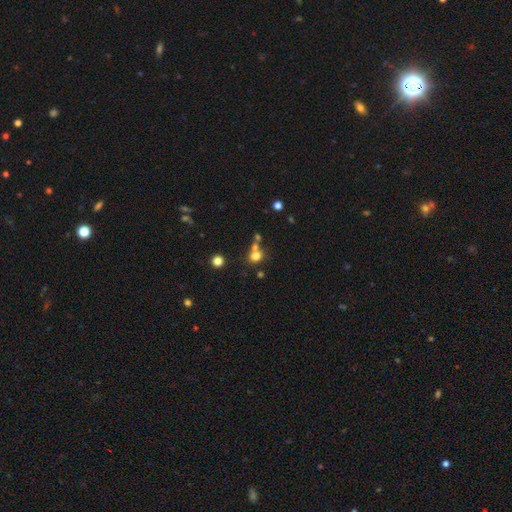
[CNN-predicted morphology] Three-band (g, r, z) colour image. It shows a smooth galaxy with no disk features (73%) that is round (70%). Merging: none (51%).